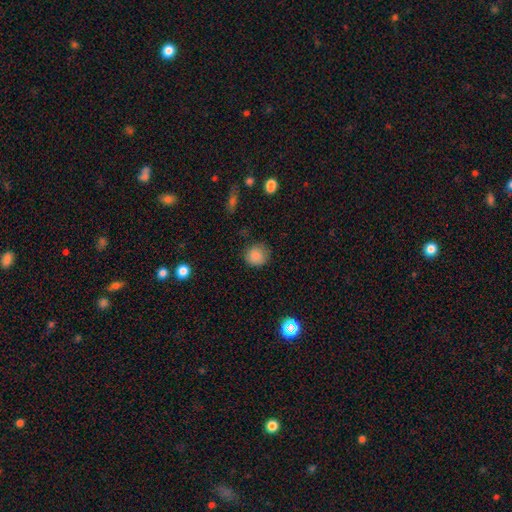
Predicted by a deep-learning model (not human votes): A smooth galaxy with no disk features (86%) that is round (88%).

Vote fractions:
- Smooth or featured? smooth: 86% / star or artifact: 10% / featured or disk: 5%
- How rounded? round: 88% / in between: 11% / cigar-shaped: 1%
- Merging? none: 79% / minor disturbance: 15% / major disturbance: 4% / merger: 1%